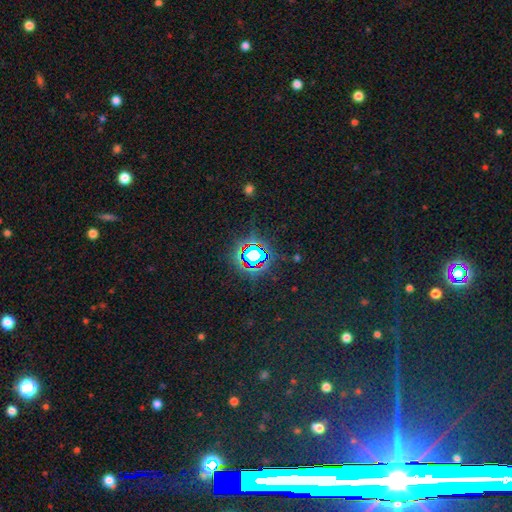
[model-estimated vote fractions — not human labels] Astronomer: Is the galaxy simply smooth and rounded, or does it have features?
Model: star or artifact — 82%.